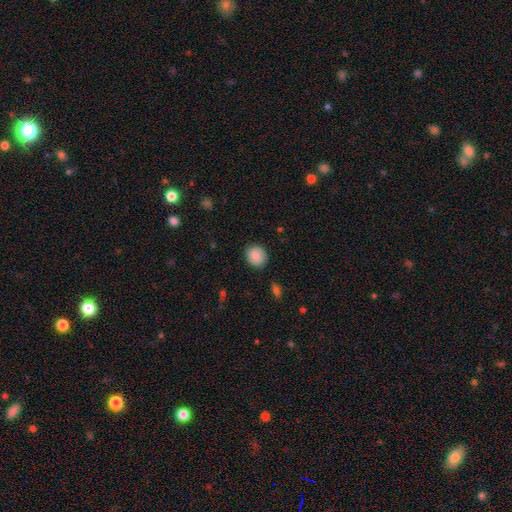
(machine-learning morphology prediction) smooth_or_featured: smooth (p=0.86) [alt: star or artifact p=0.08]
how_rounded: round (p=0.79) [alt: in between p=0.20]
merging: none (p=0.84) [alt: minor disturbance p=0.12]